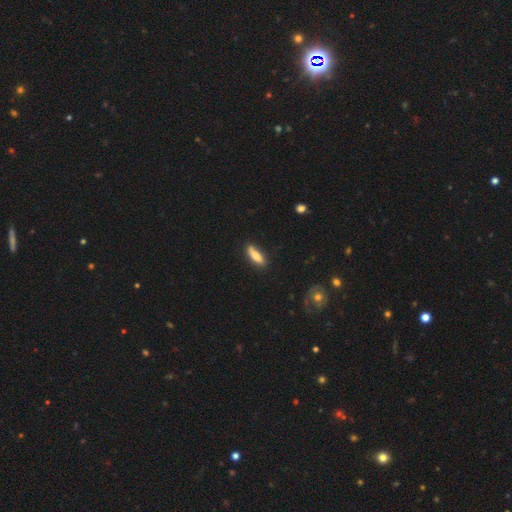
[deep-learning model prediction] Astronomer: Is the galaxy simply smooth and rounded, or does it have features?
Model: smooth — 75%.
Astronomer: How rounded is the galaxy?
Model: cigar-shaped — 53% (runner-up: in between, 45%).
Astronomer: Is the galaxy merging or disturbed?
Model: none — 80%.